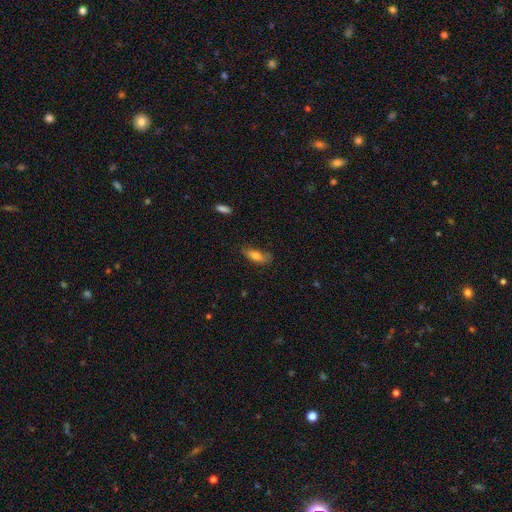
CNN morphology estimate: A smooth galaxy with no disk features (77%) that is in between round and cigar-shaped (61%).

Vote fractions:
- Smooth or featured? smooth: 77% / featured or disk: 16% / star or artifact: 8%
- How rounded? in between: 61% / cigar-shaped: 37% / round: 2%
- Merging? none: 66% / minor disturbance: 25% / major disturbance: 7% / merger: 2%